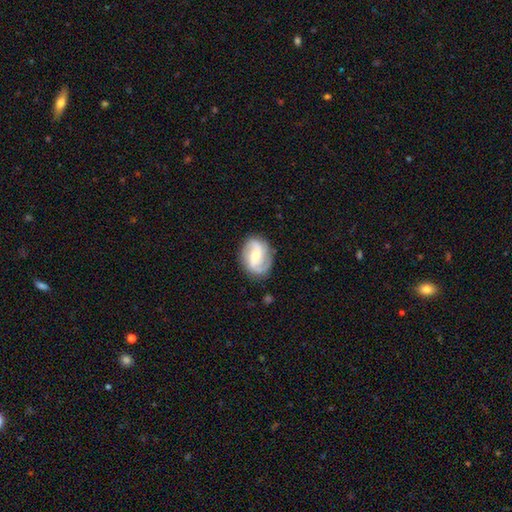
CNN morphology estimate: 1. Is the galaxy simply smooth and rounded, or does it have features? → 80% featured or disk, 14% smooth, 5% star or artifact.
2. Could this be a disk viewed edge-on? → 97% no, 3% yes.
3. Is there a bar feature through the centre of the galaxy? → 45% weak, 30% no, 25% strong.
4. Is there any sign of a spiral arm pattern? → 94% yes, 6% no.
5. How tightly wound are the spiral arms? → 44% medium, 33% loose, 23% tight.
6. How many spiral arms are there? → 76% 2, 10% 3, 7% can't tell, 3% 1, 2% 4, 2% more than 4.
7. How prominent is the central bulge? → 53% moderate, 40% small, 4% large, 2% none, 1% dominant.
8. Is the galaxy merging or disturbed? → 79% none, 14% minor disturbance, 5% major disturbance, 1% merger.